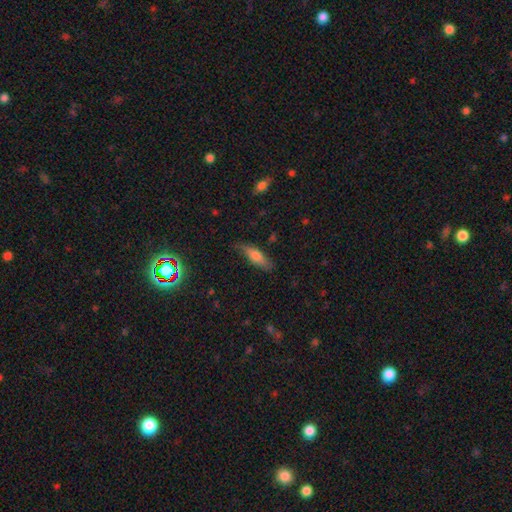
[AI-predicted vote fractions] Overall: smooth (66%; featured or disk 27%). How rounded: cigar-shaped (53%; in between 44%). Merging: none (71%).